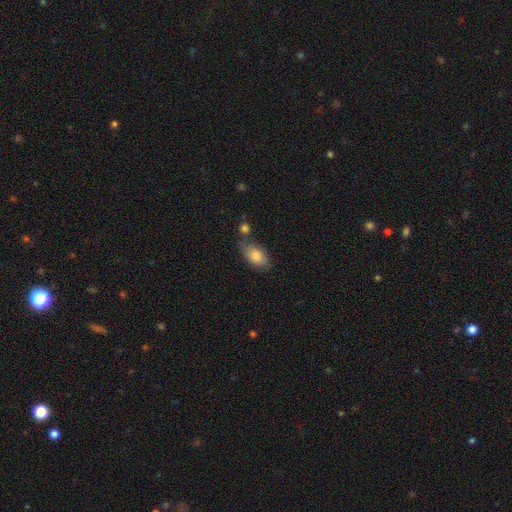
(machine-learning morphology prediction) Smooth or featured?
  - smooth: 81% *
  - featured or disk: 12%
  - star or artifact: 7%
How rounded?
  - in between: 90% *
  - round: 5%
  - cigar-shaped: 5%
Merging?
  - none: 60% *
  - minor disturbance: 22%
  - merger: 12%
  - major disturbance: 6%